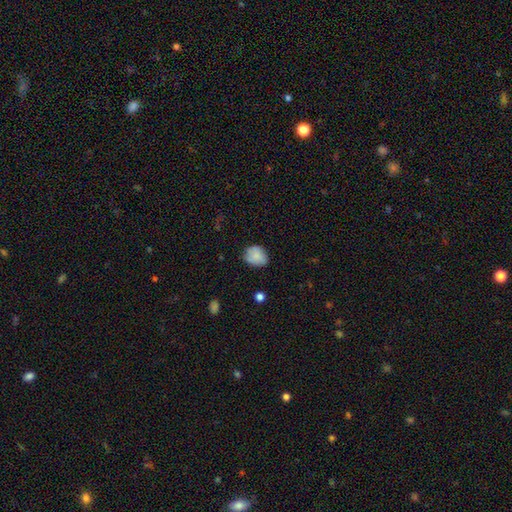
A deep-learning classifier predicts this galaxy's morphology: A smooth galaxy with no disk features (82%) that is round (52%).

Vote fractions:
- Smooth or featured? smooth: 82% / featured or disk: 10% / star or artifact: 8%
- How rounded? round: 52% / in between: 47% / cigar-shaped: 1%
- Merging? none: 71% / minor disturbance: 23% / major disturbance: 5% / merger: 2%